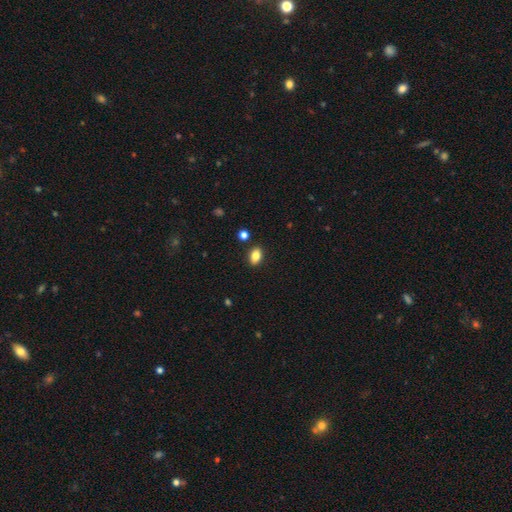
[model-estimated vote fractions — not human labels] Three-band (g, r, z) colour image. It shows a smooth galaxy with no disk features (83%) that is in between round and cigar-shaped (83%). Merging: none (86%).